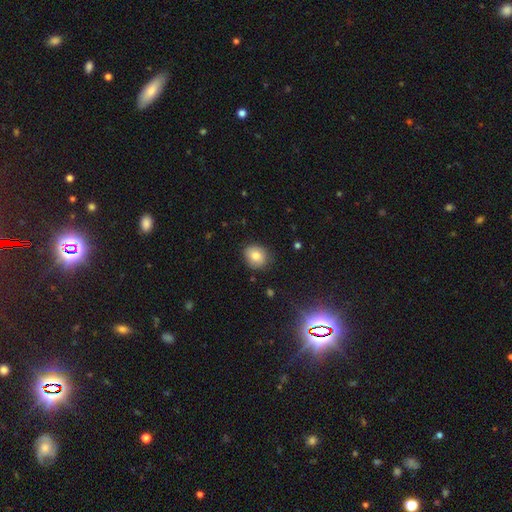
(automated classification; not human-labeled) Q: Smooth or featured?
A: smooth (80%); runner-up: featured or disk (10%)
Q: How rounded?
A: round (62%); runner-up: in between (37%)
Q: Merging?
A: none (82%); runner-up: minor disturbance (14%)